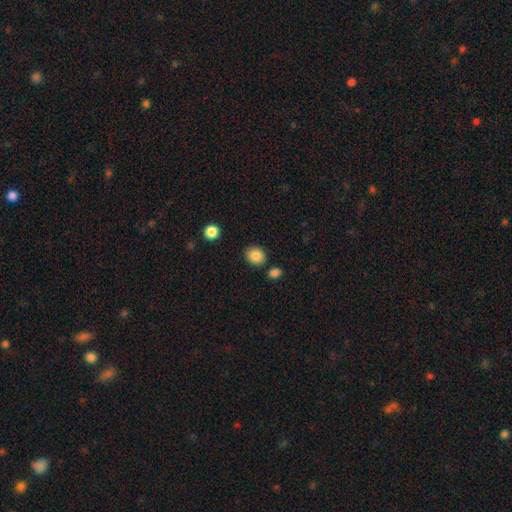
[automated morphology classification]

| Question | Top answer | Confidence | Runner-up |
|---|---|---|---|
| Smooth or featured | smooth | 86% | star or artifact (9%) |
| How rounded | round | 67% | in between (32%) |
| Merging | none | 84% | minor disturbance (9%) |